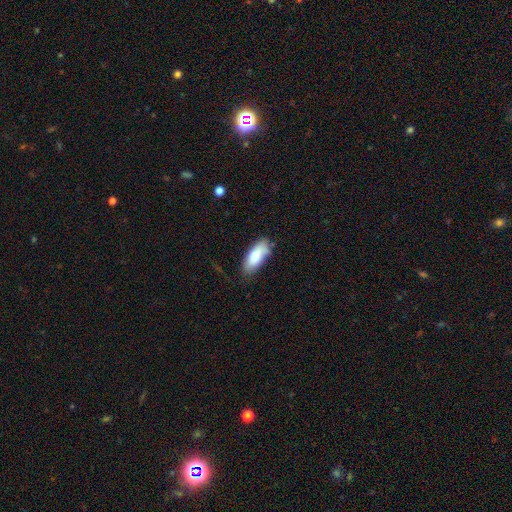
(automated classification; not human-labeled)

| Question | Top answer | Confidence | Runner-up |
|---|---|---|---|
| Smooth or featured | smooth | 84% | featured or disk (10%) |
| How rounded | in between | 83% | cigar-shaped (15%) |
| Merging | none | 67% | minor disturbance (25%) |